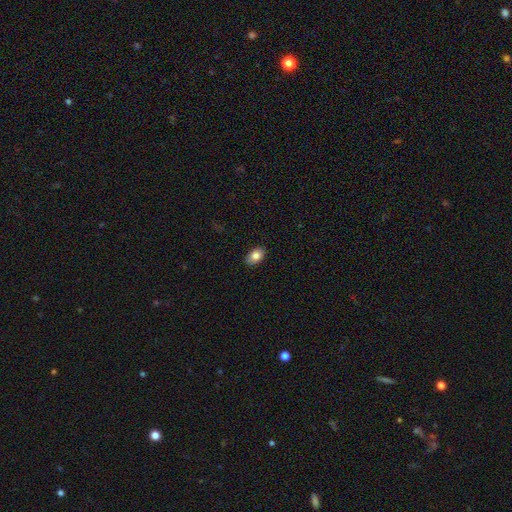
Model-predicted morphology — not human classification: smooth_or_featured: smooth (p=0.82) [alt: featured or disk p=0.11]
how_rounded: in between (p=0.91) [alt: round p=0.08]
merging: none (p=0.88) [alt: minor disturbance p=0.09]